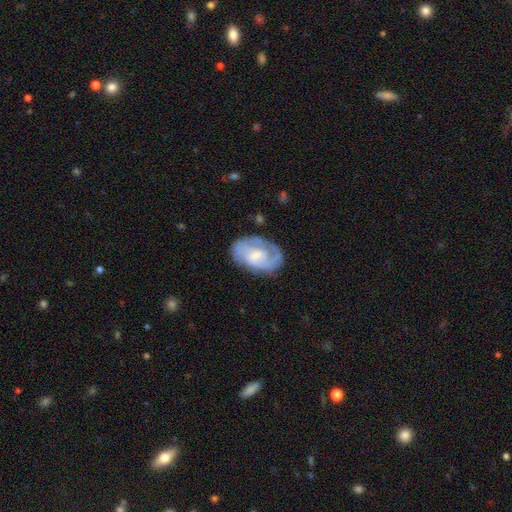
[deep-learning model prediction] Morphology: type=featured or disk (73%); edge-on=no (97%); bar=no (49%); spiral arms=yes (87%); winding=tight (49%); arm count=2 (50%); bulge=small (45%); merging=none (69%).